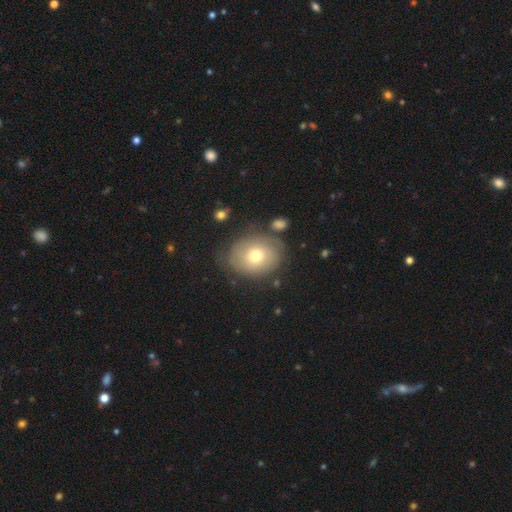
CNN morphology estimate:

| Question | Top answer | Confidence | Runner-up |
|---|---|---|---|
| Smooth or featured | smooth | 63% | featured or disk (28%) |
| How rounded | round | 57% | in between (42%) |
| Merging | none | 68% | minor disturbance (20%) |